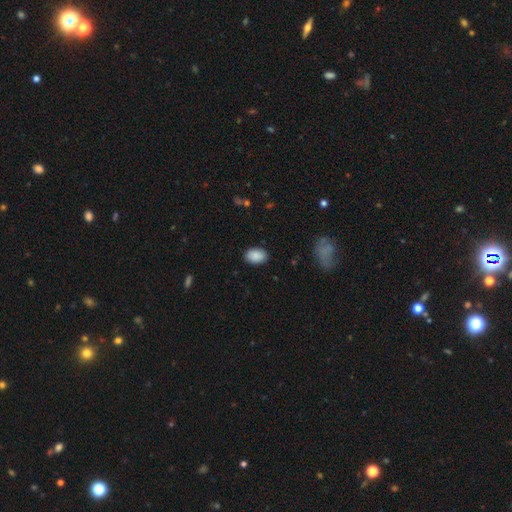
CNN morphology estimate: This appears to be a smooth galaxy with no disk features (89%) that is in between round and cigar-shaped (87%). Merging: none (88%).